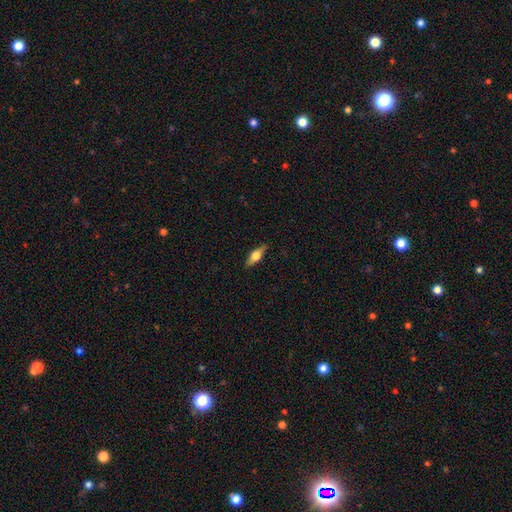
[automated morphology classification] Smooth or featured: smooth — 48% (featured or disk — 46%)
Merging: none — 87% (minor disturbance — 10%)